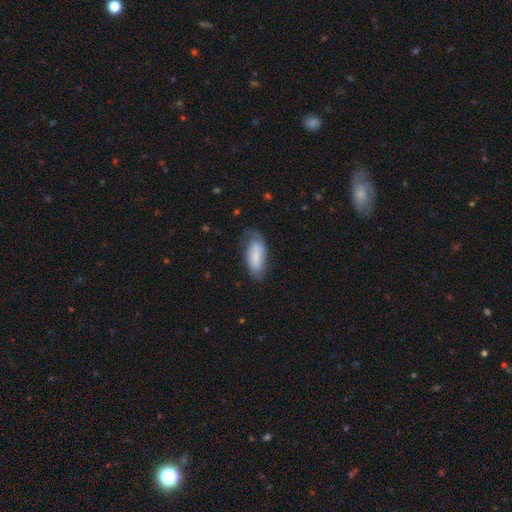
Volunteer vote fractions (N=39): A smooth galaxy with no disk features (69%) that is in between round and cigar-shaped (78%).

Vote fractions:
- Smooth or featured? smooth: 69% / featured or disk: 31% / star or artifact: 0%
- How rounded? in between: 78% / cigar-shaped: 22% / round: 0%
- Merging? major disturbance: 33% / none: 31% / minor disturbance: 31% / merger: 5%